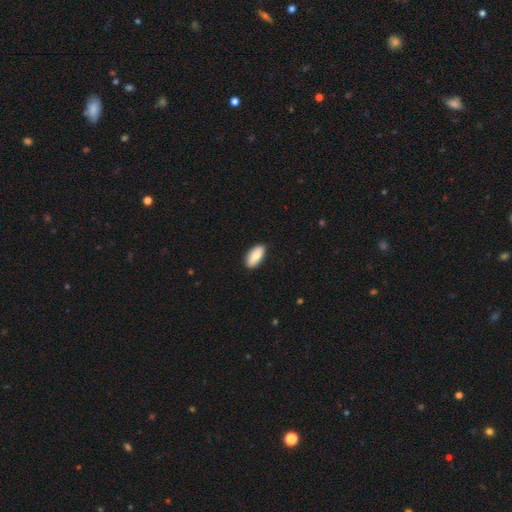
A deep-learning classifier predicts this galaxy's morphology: Smooth or featured?
  - smooth: 80% *
  - featured or disk: 14%
  - star or artifact: 6%
How rounded?
  - in between: 91% *
  - cigar-shaped: 7%
  - round: 2%
Merging?
  - none: 87% *
  - minor disturbance: 10%
  - major disturbance: 2%
  - merger: 1%